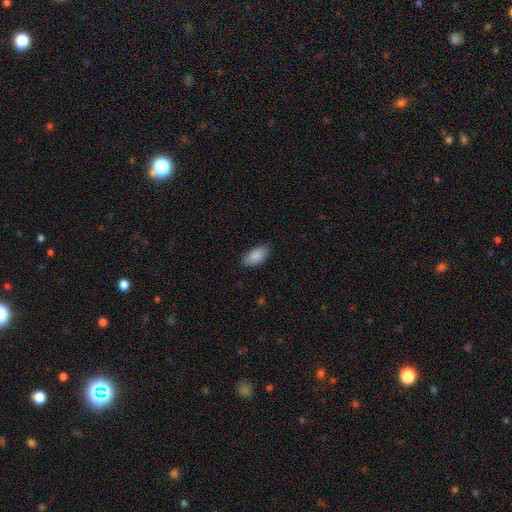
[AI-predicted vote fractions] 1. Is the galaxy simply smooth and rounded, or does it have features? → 89% smooth, 6% star or artifact, 5% featured or disk.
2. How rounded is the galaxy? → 91% in between, 7% cigar-shaped, 2% round.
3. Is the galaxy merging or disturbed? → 86% none, 11% minor disturbance, 2% major disturbance, 1% merger.